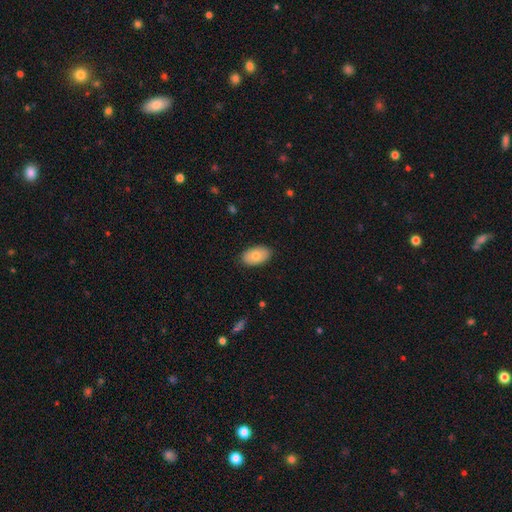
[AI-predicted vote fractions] Overall: smooth (78%). How rounded: in between (94%). Merging: none (87%).